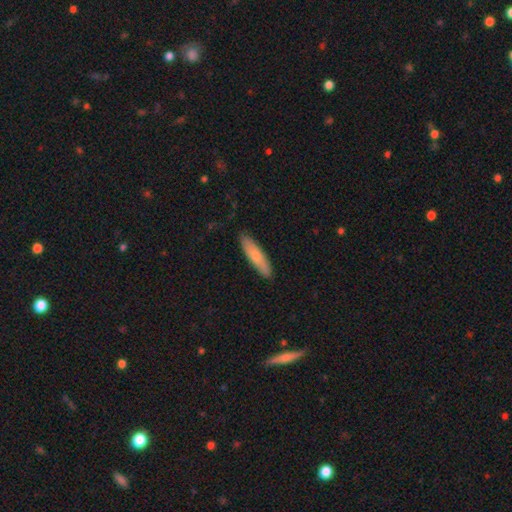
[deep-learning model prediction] smooth-or-featured: smooth: 76% | featured or disk: 19% | star or artifact: 5%
  how-rounded: cigar-shaped: 76% | in between: 23% | round: 2%
  merging: none: 87% | minor disturbance: 10% | major disturbance: 2% | merger: 1%